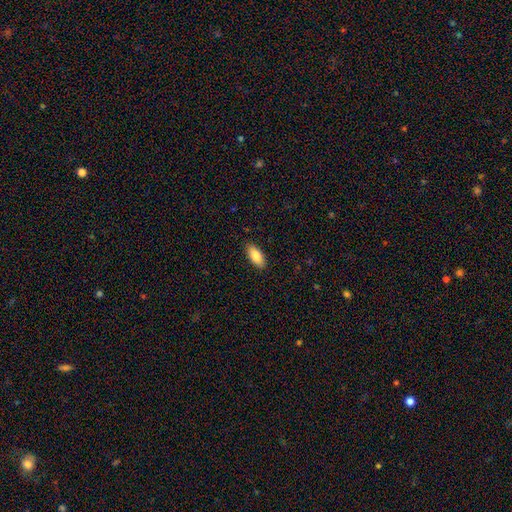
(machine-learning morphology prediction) A smooth galaxy with no disk features (86%) that is in between round and cigar-shaped (87%).

Vote fractions:
- Smooth or featured? smooth: 86% / featured or disk: 8% / star or artifact: 6%
- How rounded? in between: 87% / cigar-shaped: 11% / round: 2%
- Merging? none: 88% / minor disturbance: 9% / major disturbance: 2% / merger: 1%